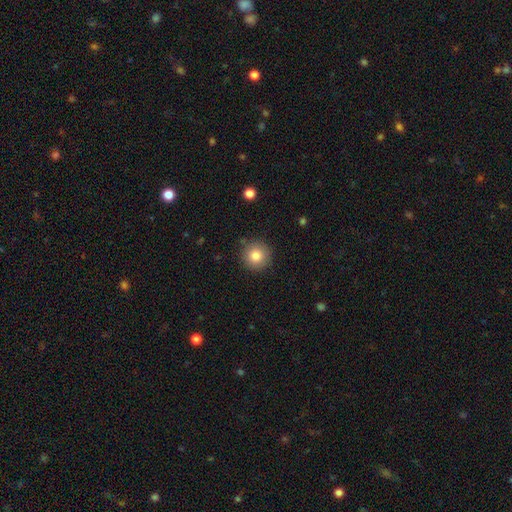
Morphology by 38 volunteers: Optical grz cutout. It shows a smooth galaxy with no disk features (84%) that is round (97%). Merging: none (86%).